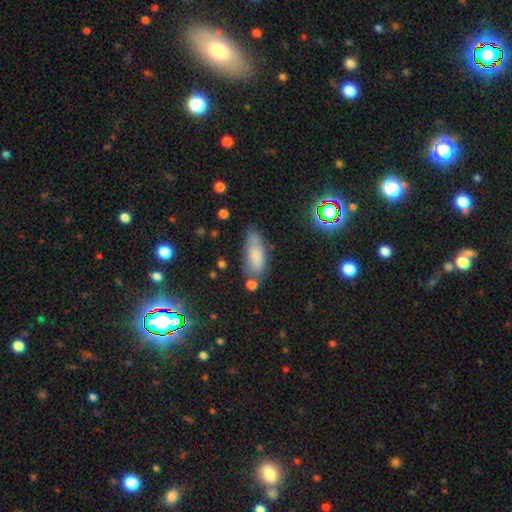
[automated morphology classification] This appears to be a smooth galaxy with no disk features (74%) that is in between round and cigar-shaped (76%). Merging: none (63%).